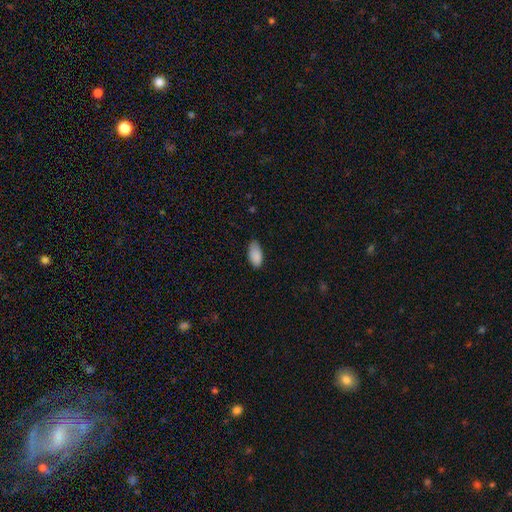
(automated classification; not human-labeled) Overall: smooth (89%). How rounded: in between (93%). Merging: none (73%).